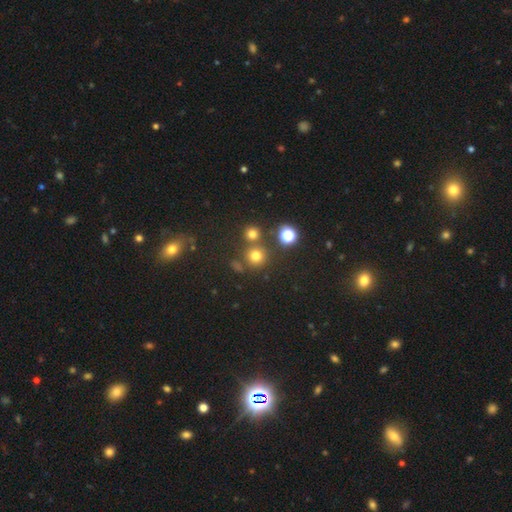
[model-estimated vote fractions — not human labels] Morphology: type=smooth (70%); roundness=round (92%); merging=none (74%).